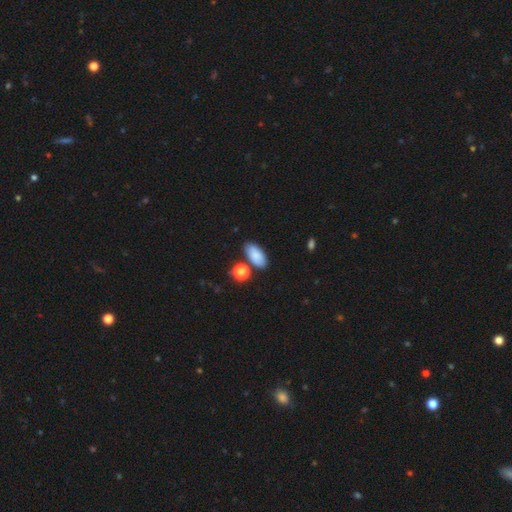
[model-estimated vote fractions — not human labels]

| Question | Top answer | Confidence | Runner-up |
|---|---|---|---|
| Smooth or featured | smooth | 84% | featured or disk (8%) |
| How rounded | in between | 90% | cigar-shaped (6%) |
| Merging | none | 75% | minor disturbance (12%) |